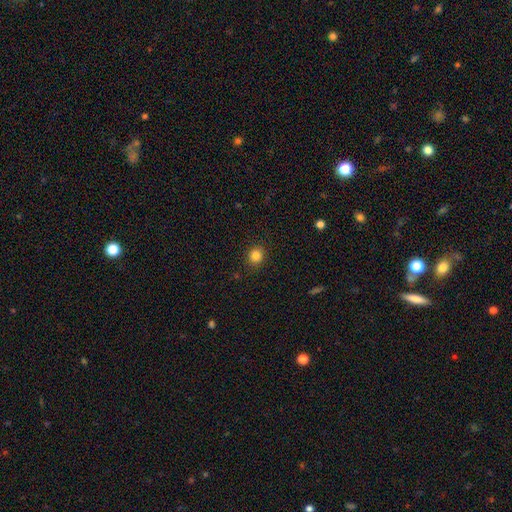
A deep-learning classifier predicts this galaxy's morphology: The model was most divided on "how rounded": round: 80%, in between: 19%, cigar-shaped: 1%. More confident: merging — none (89%); smooth or featured — smooth (84%).